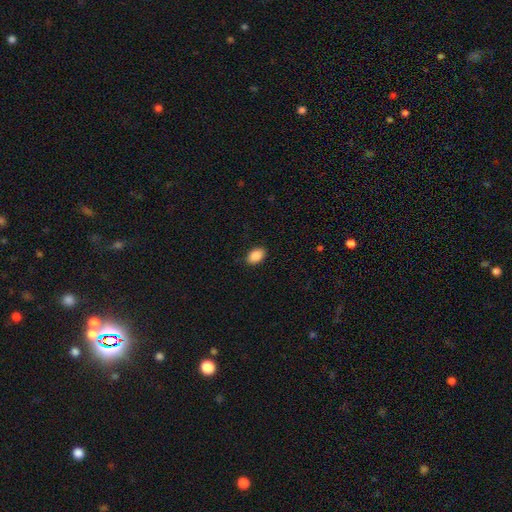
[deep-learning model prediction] Smooth or featured?
  - smooth: 89% *
  - star or artifact: 7%
  - featured or disk: 3%
How rounded?
  - in between: 87% *
  - round: 12%
  - cigar-shaped: 1%
Merging?
  - none: 86% *
  - minor disturbance: 10%
  - major disturbance: 2%
  - merger: 1%